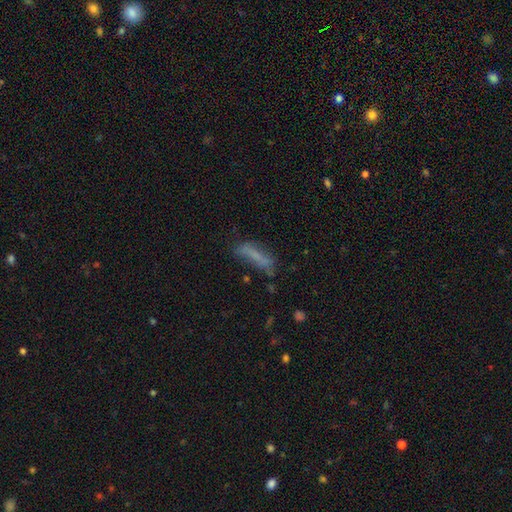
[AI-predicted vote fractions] Smooth or featured: smooth — 64% (featured or disk — 23%)
How rounded: cigar-shaped — 70% (in between — 27%)
Merging: none — 52% (minor disturbance — 26%)